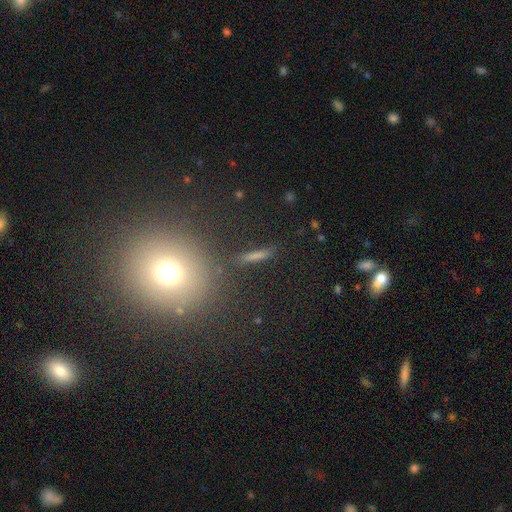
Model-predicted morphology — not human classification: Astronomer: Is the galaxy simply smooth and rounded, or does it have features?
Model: smooth — 64%.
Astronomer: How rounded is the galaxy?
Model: cigar-shaped — 81%.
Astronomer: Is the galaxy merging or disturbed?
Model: none — 83%.